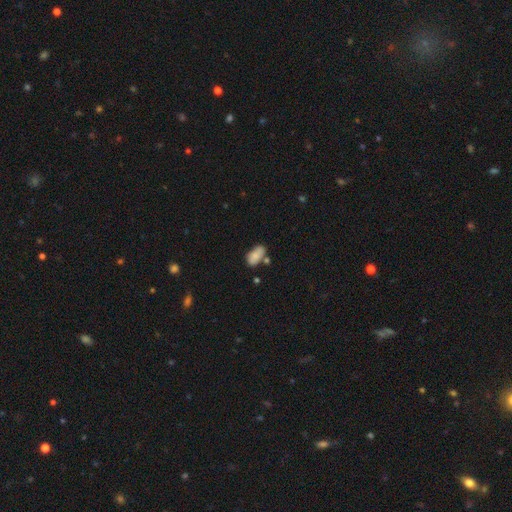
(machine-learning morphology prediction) Smooth or featured? Predicted: smooth (p=0.82). How rounded? Predicted: in between (p=0.92). Merging? Predicted: none (p=0.55).